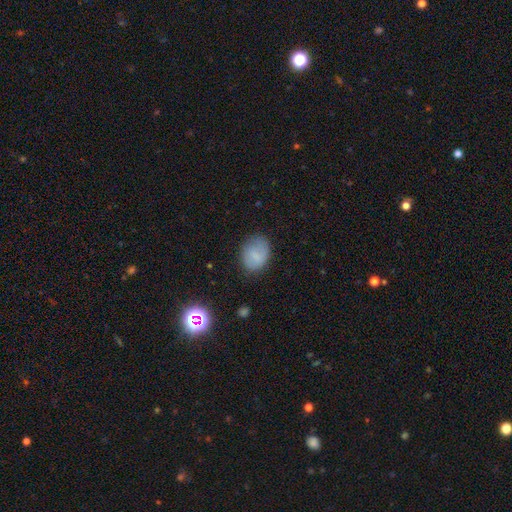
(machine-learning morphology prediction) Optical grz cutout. It shows a smooth galaxy with no disk features (75%) that is in between round and cigar-shaped (63%). Merging: none (73%).